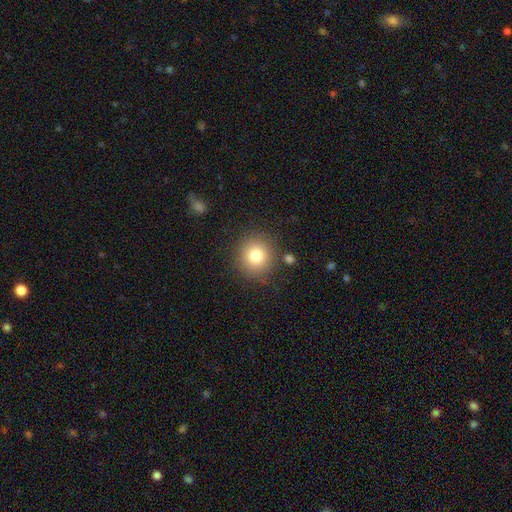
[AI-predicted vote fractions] Q: Smooth or featured?
A: smooth (80%); runner-up: star or artifact (11%)
Q: How rounded?
A: round (91%); runner-up: in between (8%)
Q: Merging?
A: none (85%); runner-up: minor disturbance (8%)